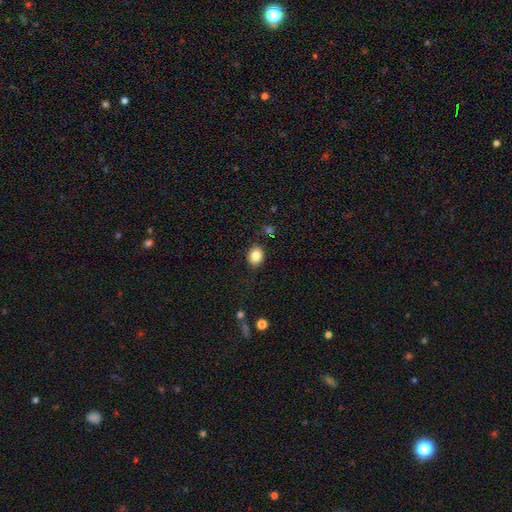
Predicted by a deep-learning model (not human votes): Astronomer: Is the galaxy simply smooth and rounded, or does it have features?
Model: smooth — 84%.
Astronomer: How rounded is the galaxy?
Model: in between — 55% (runner-up: round, 44%).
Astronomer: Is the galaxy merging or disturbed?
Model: none — 85%.